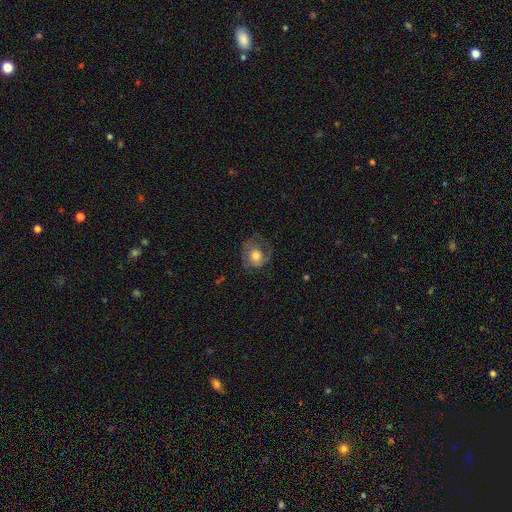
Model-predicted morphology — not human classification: The model was most divided on "smooth or featured": featured or disk: 48%, smooth: 44%, star or artifact: 8%. More confident: merging — none (57%).